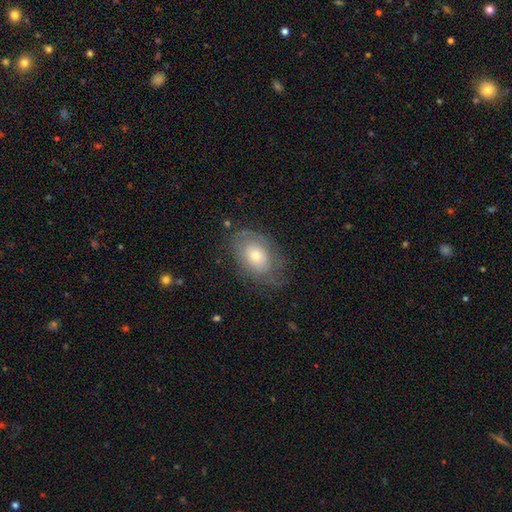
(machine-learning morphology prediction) This appears to be a featured or disk galaxy (47%). Merging: none (63%).